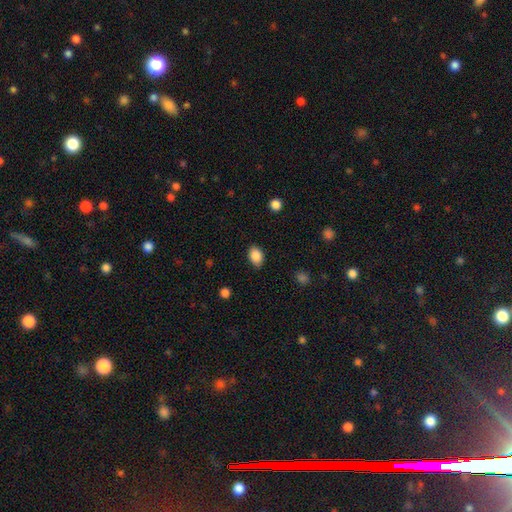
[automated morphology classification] smooth 88%, star or artifact 8%, featured or disk 4%. Down the decision tree: how rounded — in between (78%); merging — none (83%).